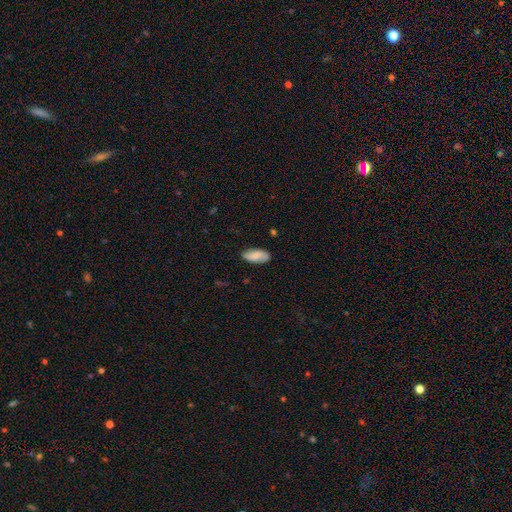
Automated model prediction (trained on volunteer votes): Smooth or featured: smooth — 77% (featured or disk — 17%)
How rounded: in between — 88% (cigar-shaped — 10%)
Merging: none — 82% (minor disturbance — 14%)